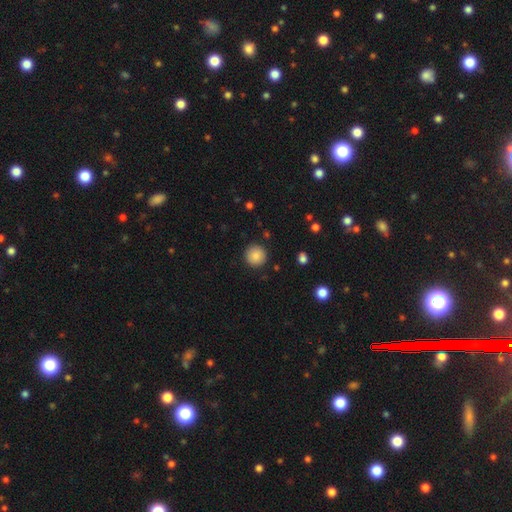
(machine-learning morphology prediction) A smooth galaxy with no disk features (87%) that is round (95%). Merging: none (91%).